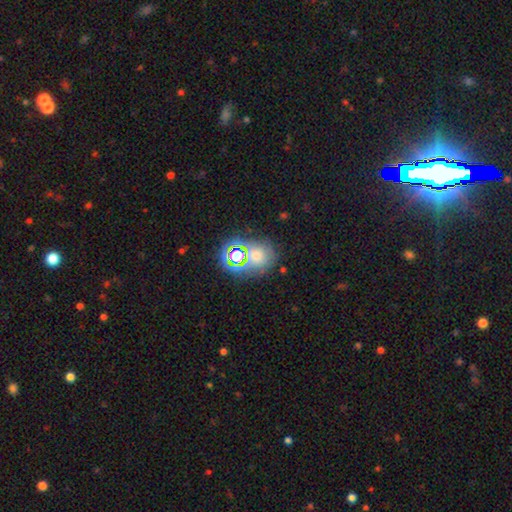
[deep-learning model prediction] This appears to be a smooth galaxy with no disk features (45%). Merging: none (64%).